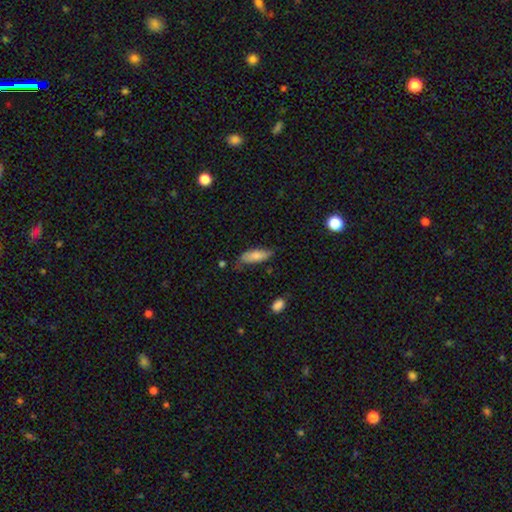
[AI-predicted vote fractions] Morphology: type=smooth (80%); roundness=in between (70%); merging=none (59%).